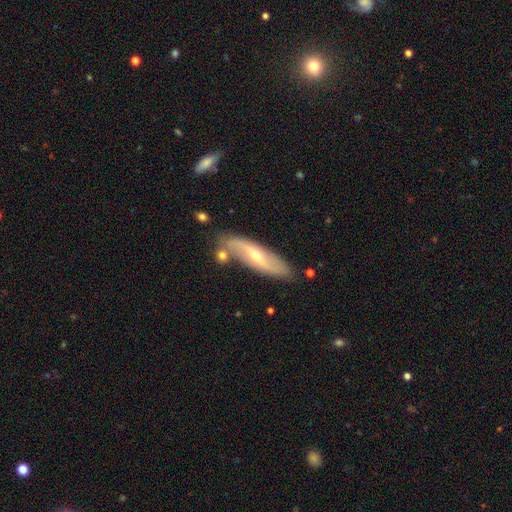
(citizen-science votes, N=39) A featured or disk galaxy (77%) with no bar (44%), 2 (96%) loose (88%) spiral arms (96%) and a small central bulge (70%). Merging: none (81%).